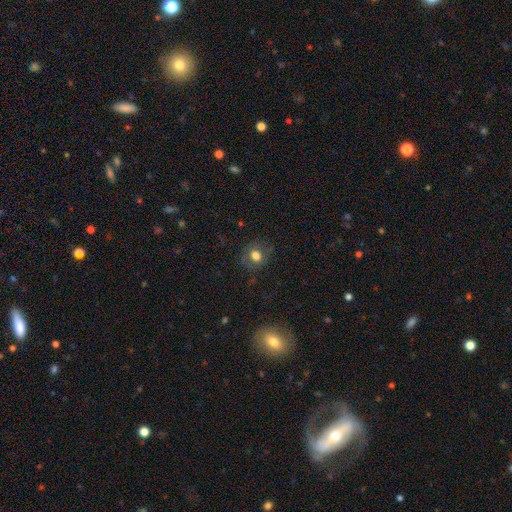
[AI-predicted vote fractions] Overall: smooth (69%). How rounded: round (72%). Merging: none (78%).